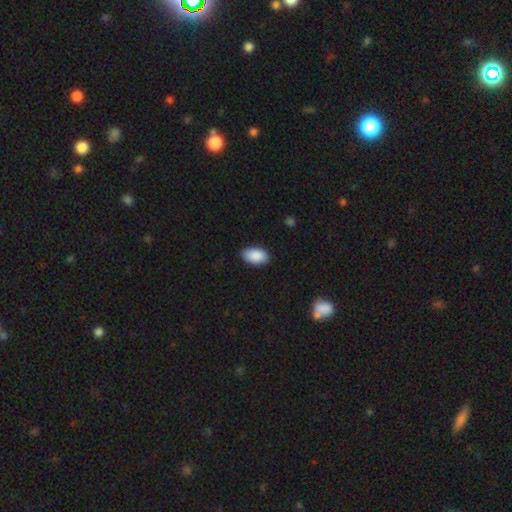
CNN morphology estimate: This appears to be a smooth galaxy with no disk features (90%) that is in between round and cigar-shaped (94%). Merging: none (85%).